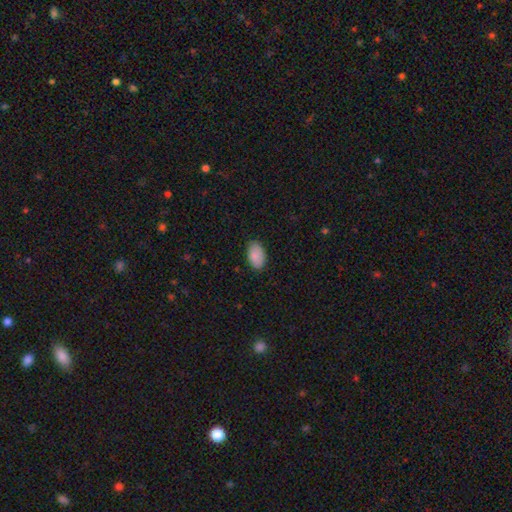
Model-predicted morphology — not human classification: type=smooth (88%); roundness=in between (93%); merging=none (85%).